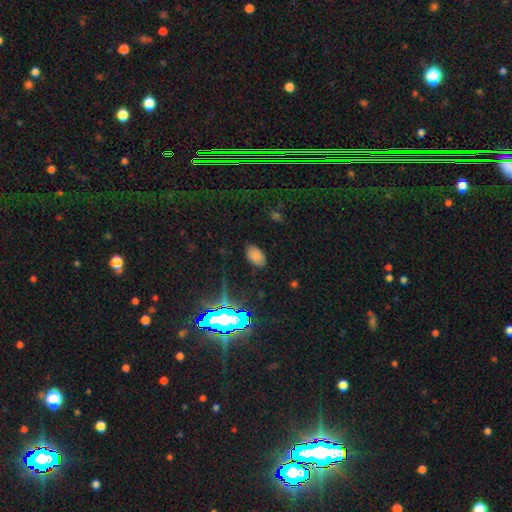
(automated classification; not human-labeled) Q: Smooth or featured?
A: smooth (73%); runner-up: star or artifact (20%)
Q: How rounded?
A: in between (93%); runner-up: round (6%)
Q: Merging?
A: none (84%); runner-up: minor disturbance (11%)